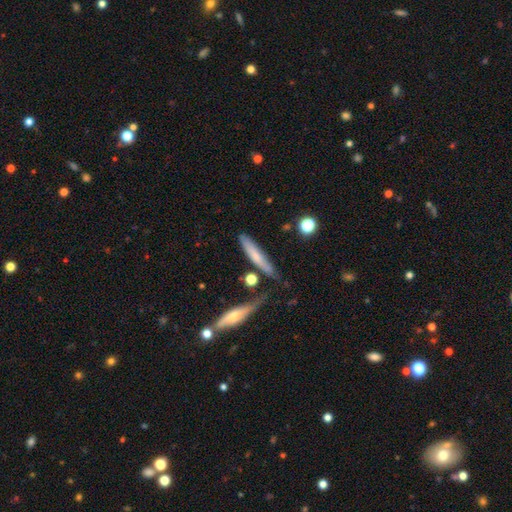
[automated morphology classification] A smooth galaxy with no disk features (62%) that is cigar-shaped (87%). Merging: none (65%).